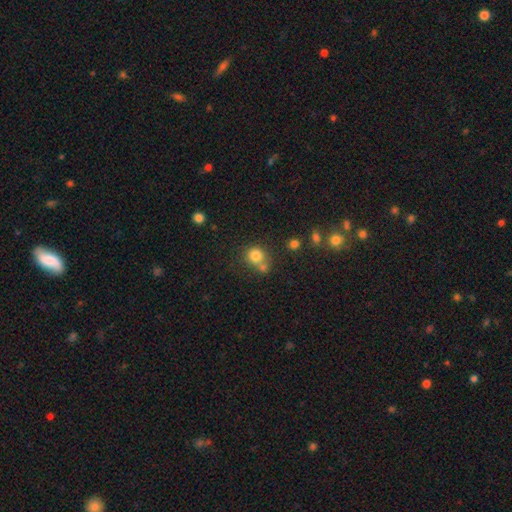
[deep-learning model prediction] This appears to be a smooth galaxy with no disk features (80%) that is round (86%). Merging: none (52%).